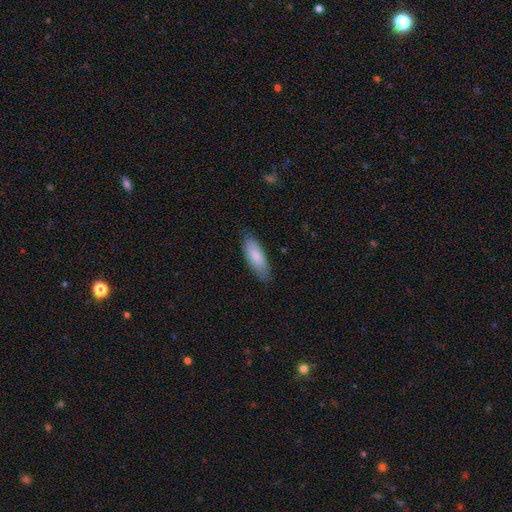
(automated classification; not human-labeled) smooth_or_featured: smooth (p=0.83) [alt: featured or disk p=0.12]
how_rounded: in between (p=0.67) [alt: cigar-shaped p=0.32]
merging: none (p=0.80) [alt: minor disturbance p=0.16]